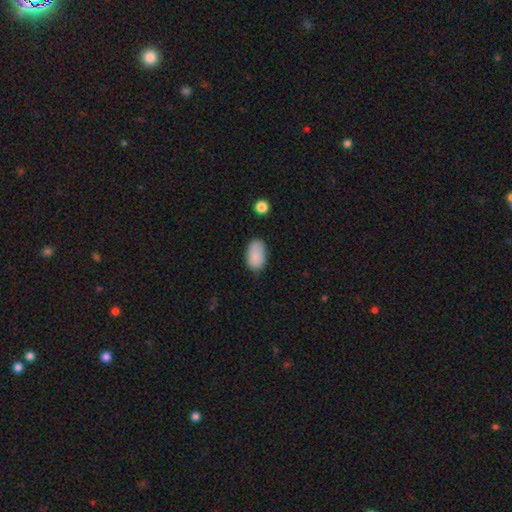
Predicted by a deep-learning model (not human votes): The model was most divided on "merging": none: 73%, minor disturbance: 21%, major disturbance: 4%, merger: 2%. More confident: how rounded — in between (93%); smooth or featured — smooth (87%).